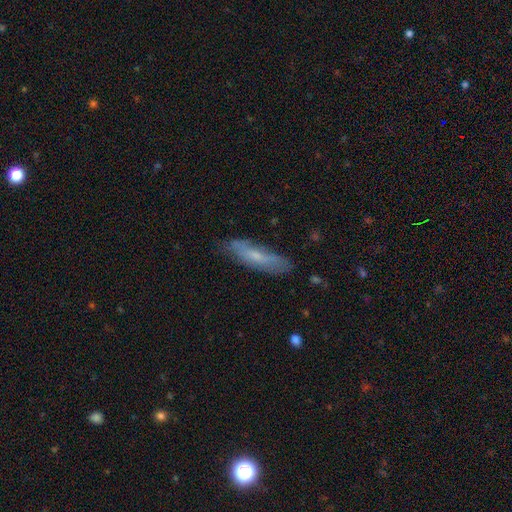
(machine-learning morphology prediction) This is possibly a smooth galaxy (53%). How rounded: likely cigar-shaped (66%). Merging: likely none (74%).